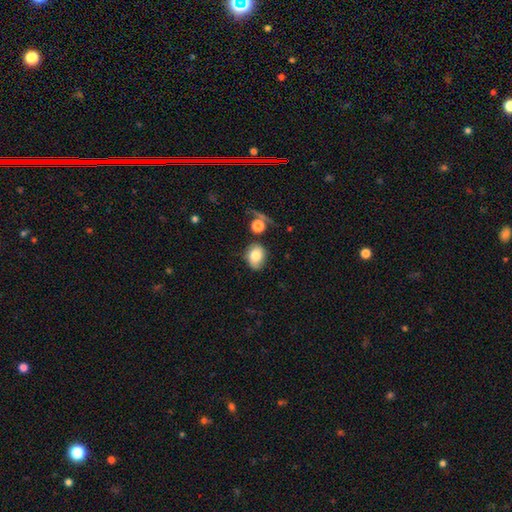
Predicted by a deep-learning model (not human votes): This is likely a smooth galaxy (76%). How rounded: likely in between (63%). Merging: likely none (65%).